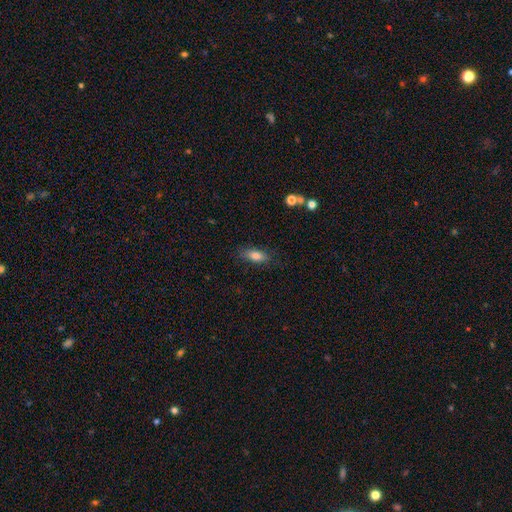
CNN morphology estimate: type=smooth (81%); roundness=in between (79%); merging=none (82%).